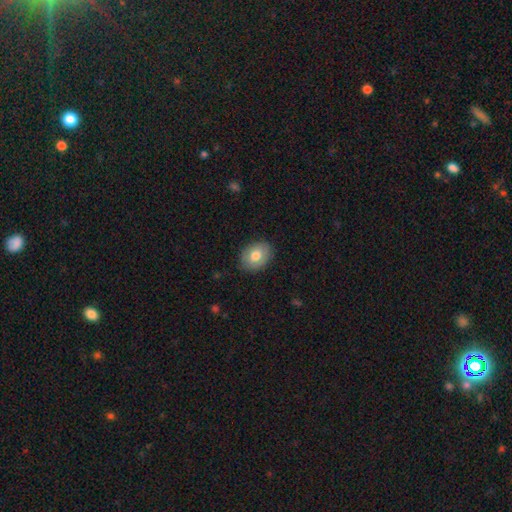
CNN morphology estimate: This is likely a smooth galaxy (76%). How rounded: likely in between (64%). Merging: clearly none (86%).